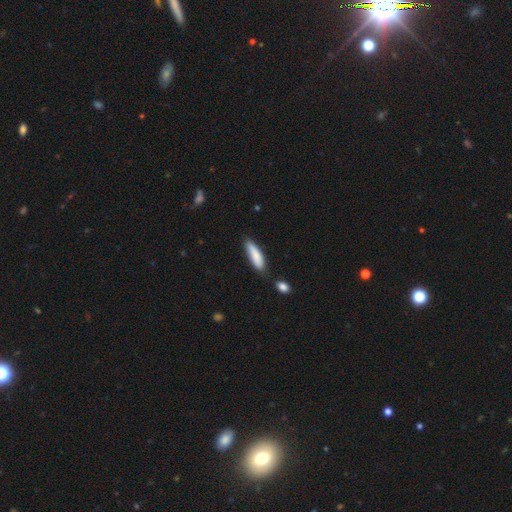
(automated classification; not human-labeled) This is clearly a smooth galaxy (84%). How rounded: likely cigar-shaped (63%). Merging: likely none (73%).